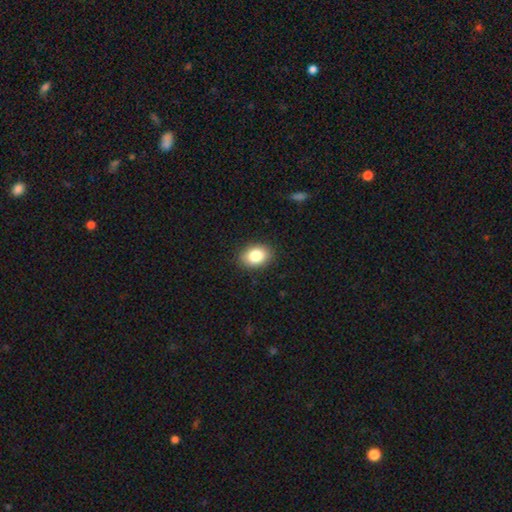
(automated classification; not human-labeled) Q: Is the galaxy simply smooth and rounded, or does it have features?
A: smooth — 84%.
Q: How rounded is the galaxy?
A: in between — 76%.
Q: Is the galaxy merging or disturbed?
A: none — 89%.